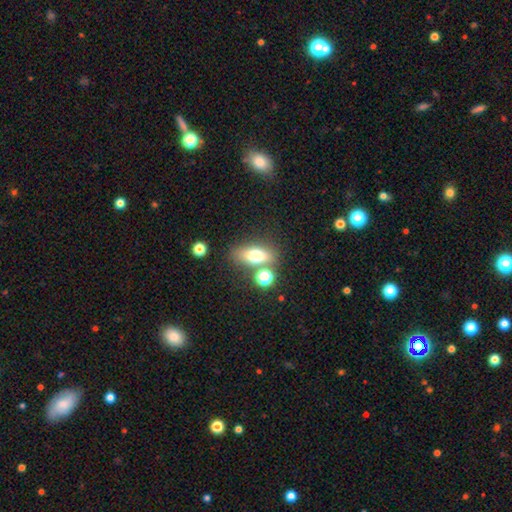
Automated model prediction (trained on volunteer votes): Smooth or featured? smooth (68%)
How rounded? in between (68%)
Merging? none (68%)